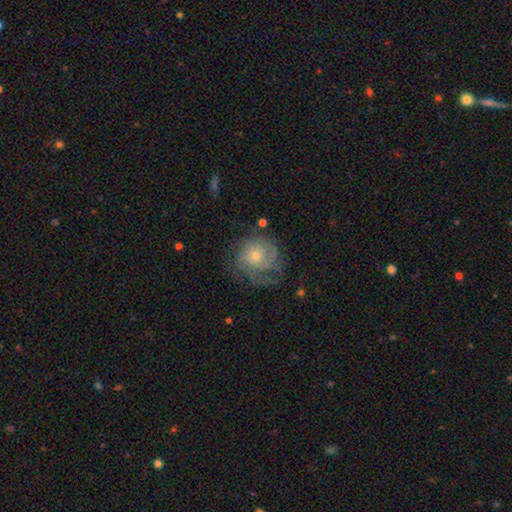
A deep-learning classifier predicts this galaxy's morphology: featured or disk 68%, smooth 23%, star or artifact 9%. Down the decision tree: edge-on disk — no (97%); bar — no (81%); spiral arms — yes (83%); spiral arm count — can't tell (44%); spiral winding — tight (55%); bulge size — small (57%); merging — none (55%).